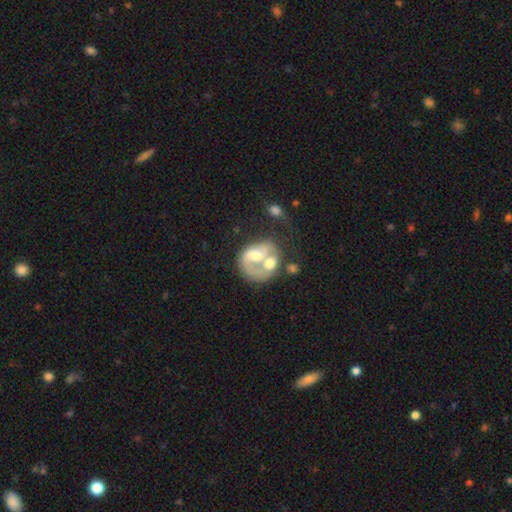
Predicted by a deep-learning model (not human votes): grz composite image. It shows a featured or disk galaxy (58%) with no bar (72%), no spiral arms (57%) and a moderate central bulge (59%). Merging: merger (52%).